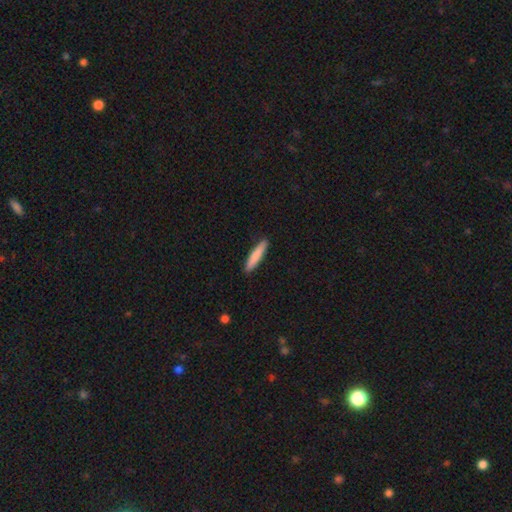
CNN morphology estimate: Q: Smooth or featured?
A: smooth (82%); runner-up: featured or disk (13%)
Q: How rounded?
A: cigar-shaped (90%); runner-up: in between (9%)
Q: Merging?
A: none (90%); runner-up: minor disturbance (7%)